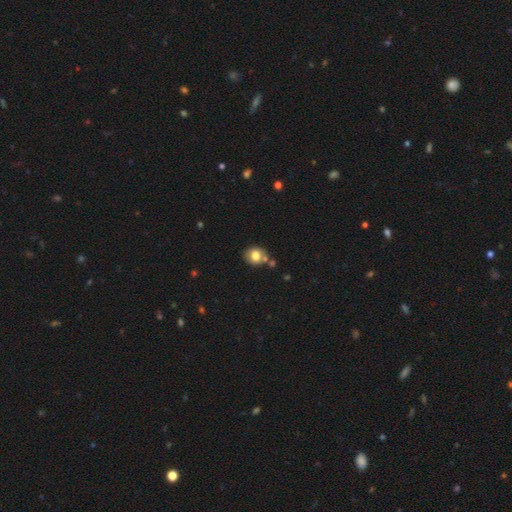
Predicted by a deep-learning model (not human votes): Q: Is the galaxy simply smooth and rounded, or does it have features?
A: smooth — 76%.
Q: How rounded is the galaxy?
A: round — 65%.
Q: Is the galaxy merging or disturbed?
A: none — 64%.